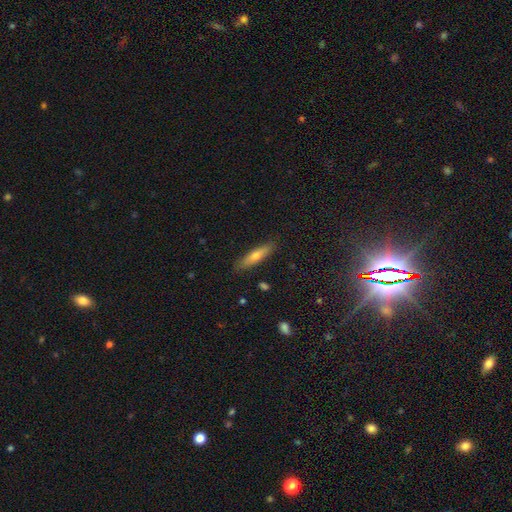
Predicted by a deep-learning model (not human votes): Smooth or featured: smooth — 52% (featured or disk — 40%)
How rounded: cigar-shaped — 79% (in between — 19%)
Merging: none — 89% (minor disturbance — 9%)